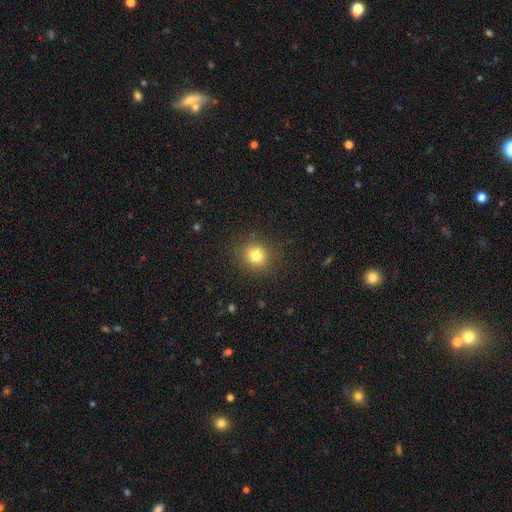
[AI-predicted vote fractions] The model was most divided on "how rounded": round: 82%, in between: 17%, cigar-shaped: 1%. More confident: merging — none (87%); smooth or featured — smooth (80%).